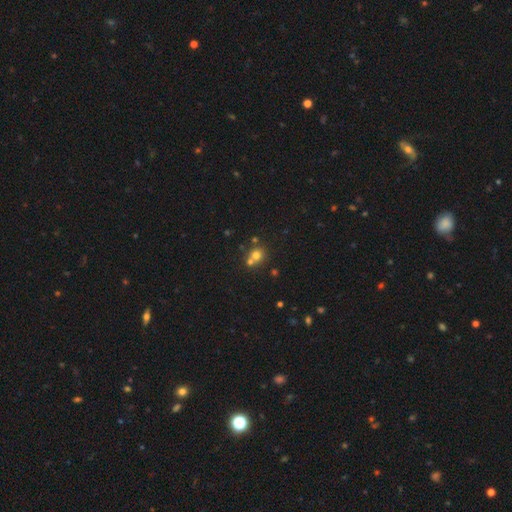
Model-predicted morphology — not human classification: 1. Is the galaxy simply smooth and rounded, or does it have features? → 69% smooth, 18% star or artifact, 13% featured or disk.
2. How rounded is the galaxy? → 84% round, 15% in between, 1% cigar-shaped.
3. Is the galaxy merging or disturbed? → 48% none, 42% merger, 7% minor disturbance, 3% major disturbance.